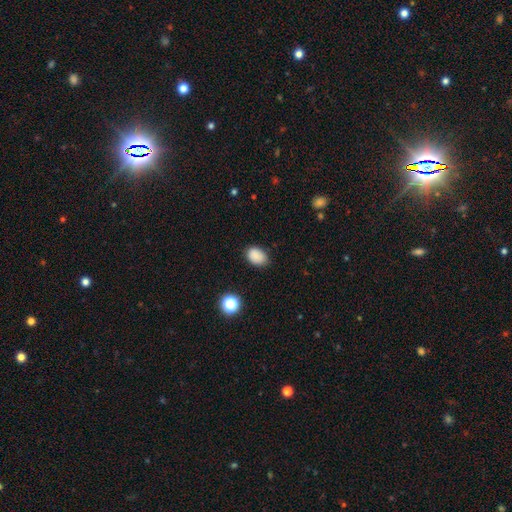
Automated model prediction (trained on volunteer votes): This appears to be a smooth galaxy with no disk features (86%) that is in between round and cigar-shaped (78%). Merging: none (76%).